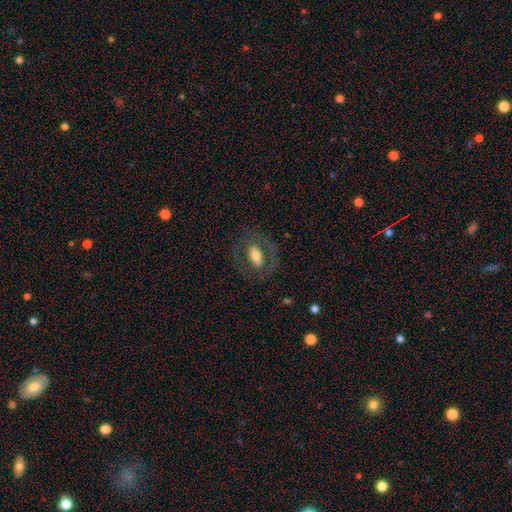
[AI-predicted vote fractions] Smooth or featured: smooth — 54% (featured or disk — 39%)
How rounded: in between — 85% (round — 11%)
Merging: none — 72% (minor disturbance — 14%)